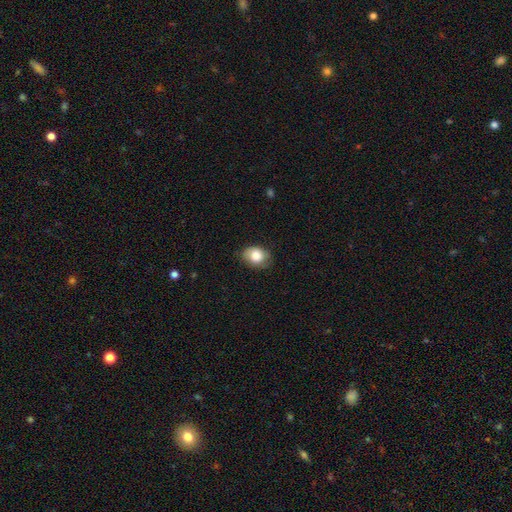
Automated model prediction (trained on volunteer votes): This appears to be a smooth galaxy with no disk features (82%) that is in between round and cigar-shaped (65%). Merging: none (74%).